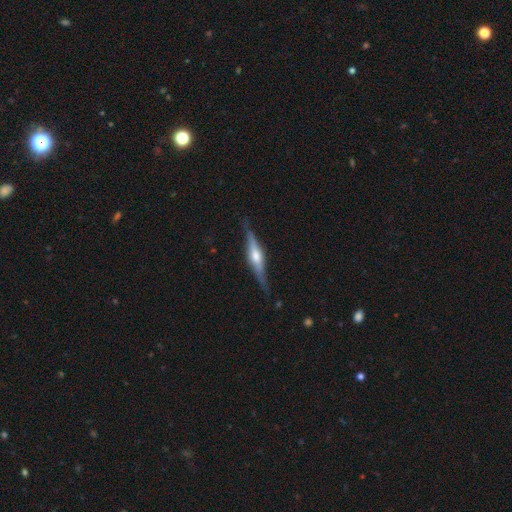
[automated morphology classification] A featured or disk galaxy (73%) viewed edge-on (96%) with a rounded central bulge (81%). Merging: none (82%).